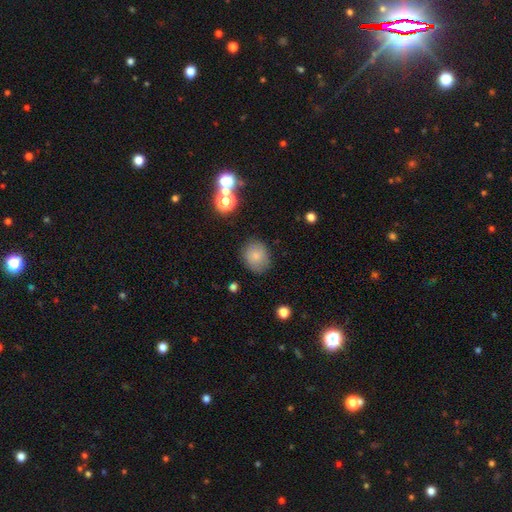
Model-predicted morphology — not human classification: smooth 79%, featured or disk 11%, star or artifact 10%. Down the decision tree: how rounded — round (59%); merging — none (81%).